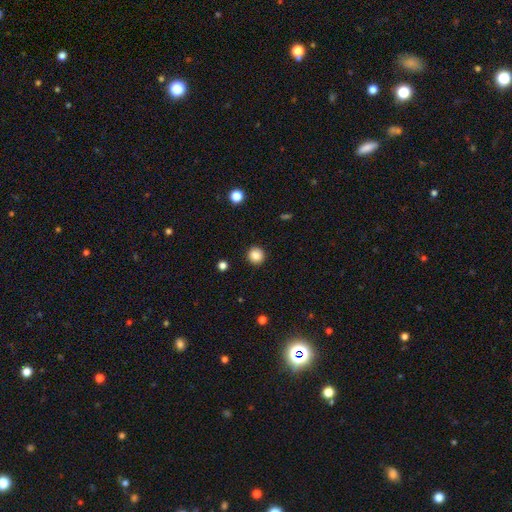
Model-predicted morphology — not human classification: smooth-or-featured: smooth: 85% | star or artifact: 10% | featured or disk: 5%
  how-rounded: round: 93% | in between: 7% | cigar-shaped: 1%
  merging: none: 92% | minor disturbance: 5% | major disturbance: 2% | merger: 1%